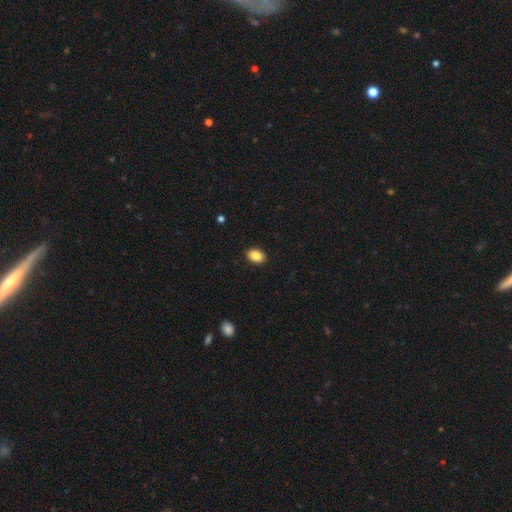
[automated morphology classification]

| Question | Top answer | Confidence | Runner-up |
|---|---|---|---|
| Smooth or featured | smooth | 87% | star or artifact (8%) |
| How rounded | in between | 80% | round (18%) |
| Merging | none | 91% | minor disturbance (7%) |